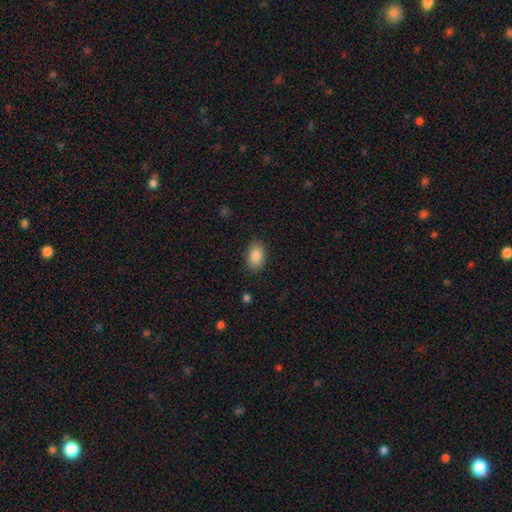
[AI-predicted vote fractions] smooth_or_featured: smooth (p=0.87) [alt: star or artifact p=0.07]
how_rounded: in between (p=0.88) [alt: round p=0.11]
merging: none (p=0.87) [alt: minor disturbance p=0.09]